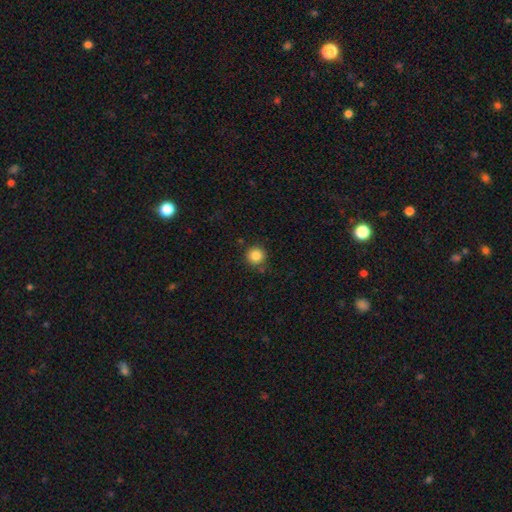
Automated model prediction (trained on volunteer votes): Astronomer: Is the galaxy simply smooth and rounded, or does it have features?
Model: smooth — 84%.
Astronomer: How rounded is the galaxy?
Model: round — 95%.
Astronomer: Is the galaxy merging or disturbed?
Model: none — 85%.